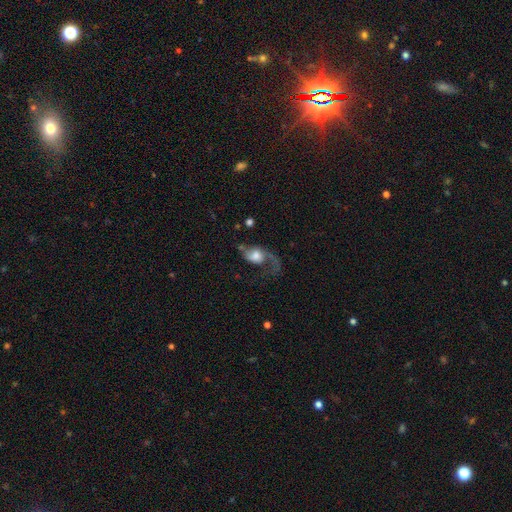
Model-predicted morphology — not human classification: A featured or disk galaxy (64%) with no bar (67%), 1 (52%) loose (77%) spiral arms (87%) and a moderate central bulge (37%, tied with large). Merging: major disturbance (48%).